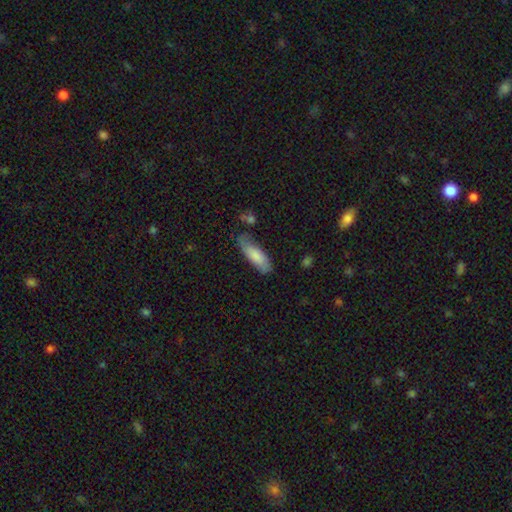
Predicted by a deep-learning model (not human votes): Morphology: type=smooth (76%); roundness=in between (57%); merging=none (62%).